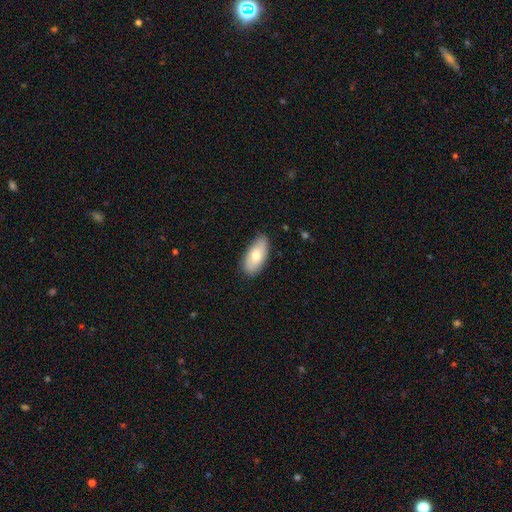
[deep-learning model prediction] This appears to be a smooth galaxy with no disk features (71%) that is in between round and cigar-shaped (90%). Merging: none (83%).